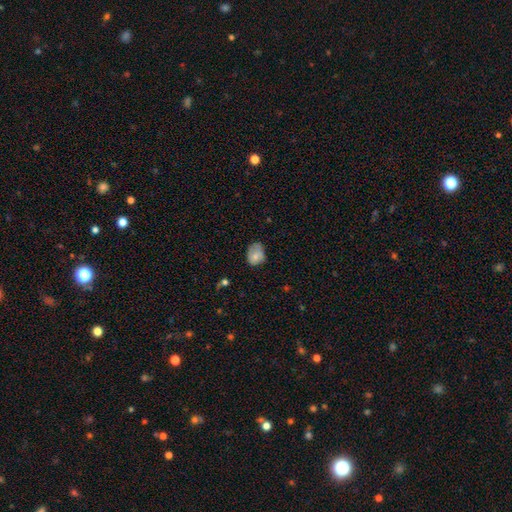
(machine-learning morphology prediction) Q: Smooth or featured?
A: smooth (74%); runner-up: featured or disk (18%)
Q: How rounded?
A: in between (65%); runner-up: round (34%)
Q: Merging?
A: none (43%); runner-up: minor disturbance (41%)